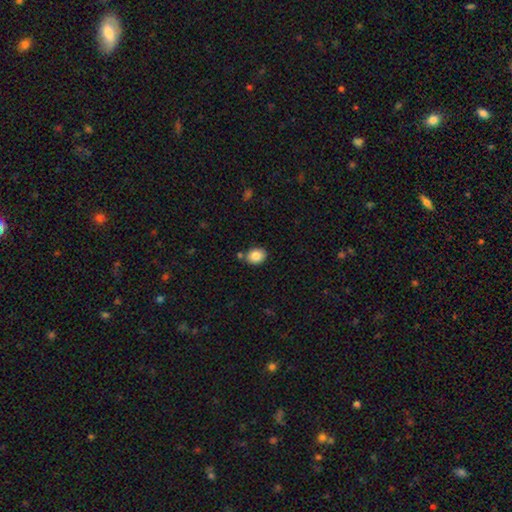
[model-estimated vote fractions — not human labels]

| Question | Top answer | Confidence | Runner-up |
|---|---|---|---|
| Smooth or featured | smooth | 86% | star or artifact (8%) |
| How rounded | in between | 54% | round (46%) |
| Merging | none | 77% | minor disturbance (12%) |